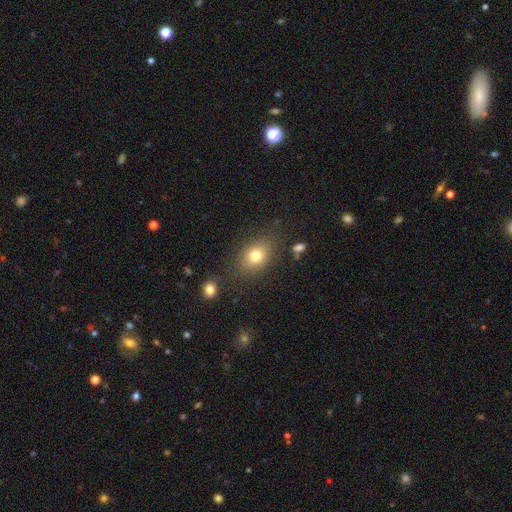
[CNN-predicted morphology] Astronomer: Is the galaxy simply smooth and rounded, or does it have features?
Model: smooth — 78%.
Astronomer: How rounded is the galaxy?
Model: in between — 65%.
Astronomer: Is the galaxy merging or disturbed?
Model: none — 79%.